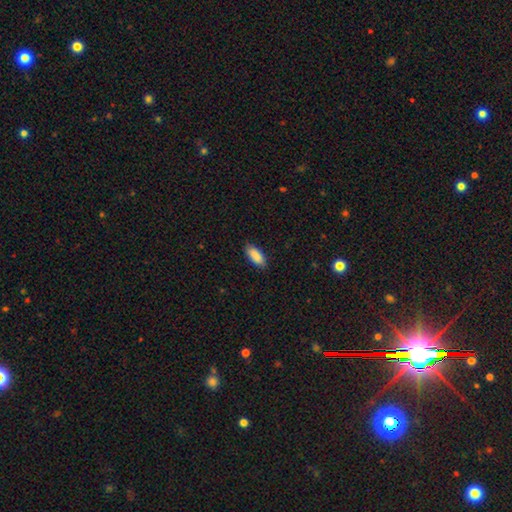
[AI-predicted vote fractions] A smooth galaxy with no disk features (90%) that is in between round and cigar-shaped (85%). Merging: none (86%).